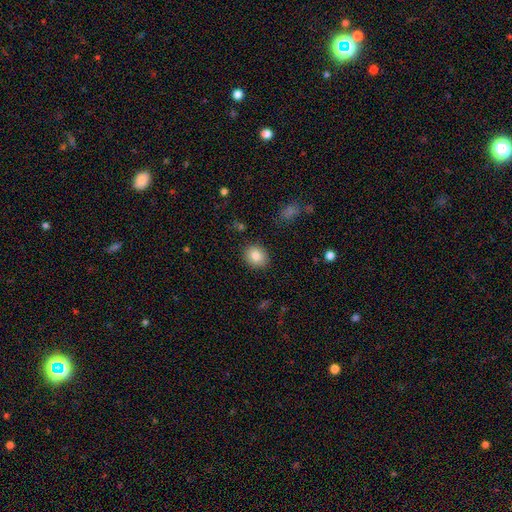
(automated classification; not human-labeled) Overall: smooth (84%). How rounded: round (69%; in between 30%). Merging: none (88%).